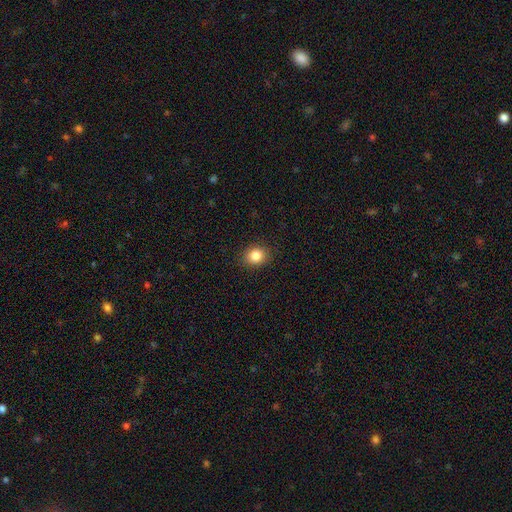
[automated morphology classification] type=smooth (85%); roundness=round (69%); merging=none (90%).